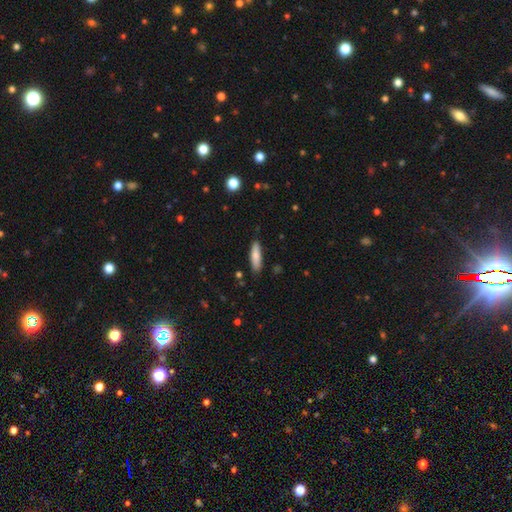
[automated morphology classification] smooth_or_featured: smooth (p=0.81) [alt: featured or disk p=0.13]
how_rounded: cigar-shaped (p=0.66) [alt: in between p=0.33]
merging: none (p=0.84) [alt: minor disturbance p=0.12]